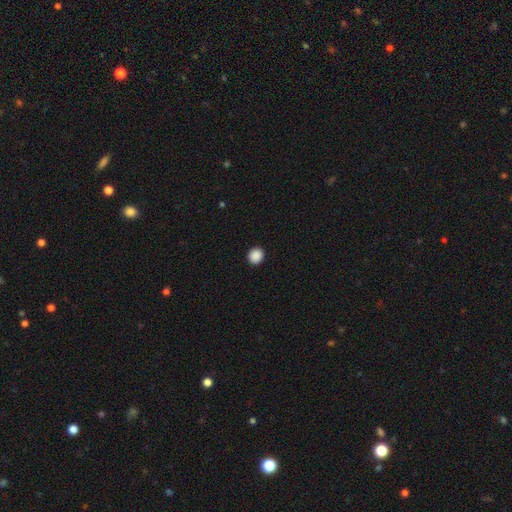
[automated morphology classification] Overall: smooth (89%). How rounded: round (84%). Merging: none (93%).